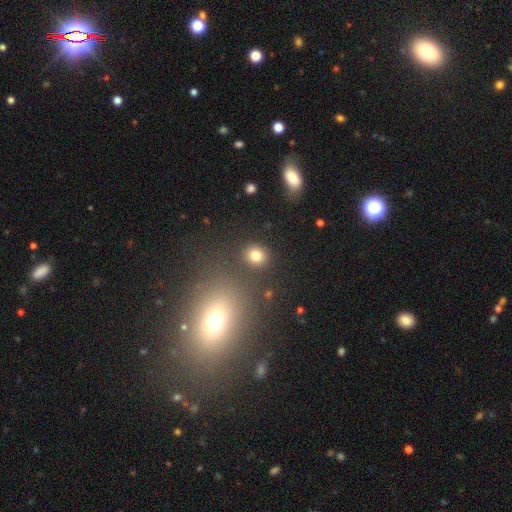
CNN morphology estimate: smooth-or-featured: smooth: 80% | star or artifact: 13% | featured or disk: 6%
  how-rounded: round: 70% | in between: 29% | cigar-shaped: 1%
  merging: none: 84% | minor disturbance: 8% | merger: 5% | major disturbance: 3%